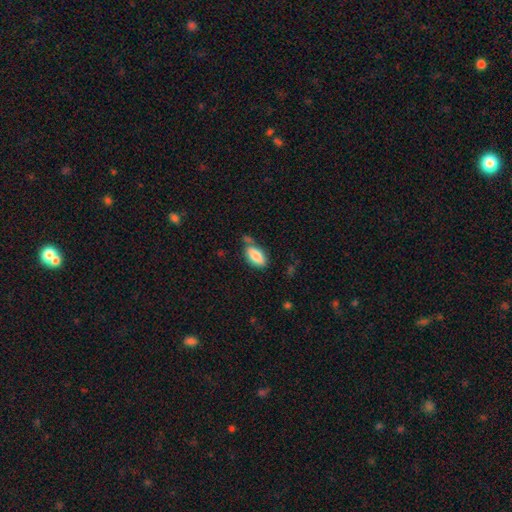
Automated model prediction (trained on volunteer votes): Q: Smooth or featured?
A: smooth (84%); runner-up: featured or disk (9%)
Q: How rounded?
A: in between (91%); runner-up: cigar-shaped (6%)
Q: Merging?
A: none (60%); runner-up: minor disturbance (22%)